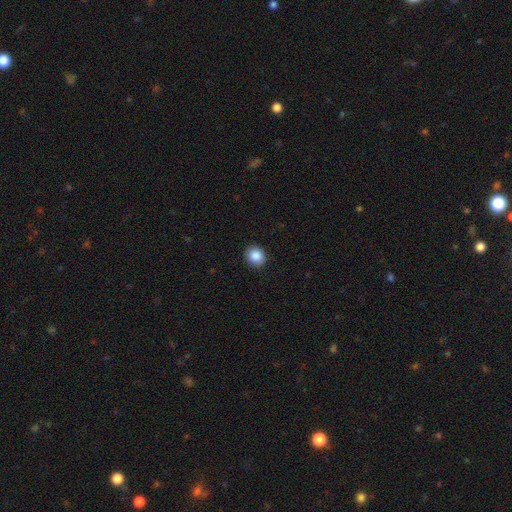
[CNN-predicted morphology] This is clearly a smooth galaxy (87%). How rounded: likely round (77%). Merging: clearly none (90%).